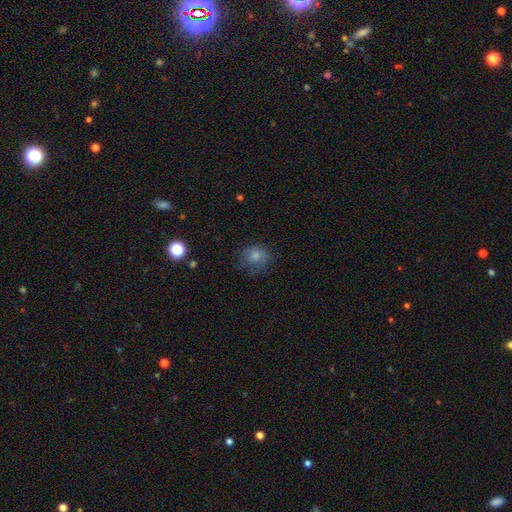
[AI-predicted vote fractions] A smooth galaxy with no disk features (78%) that is round (68%). Merging: none (65%).